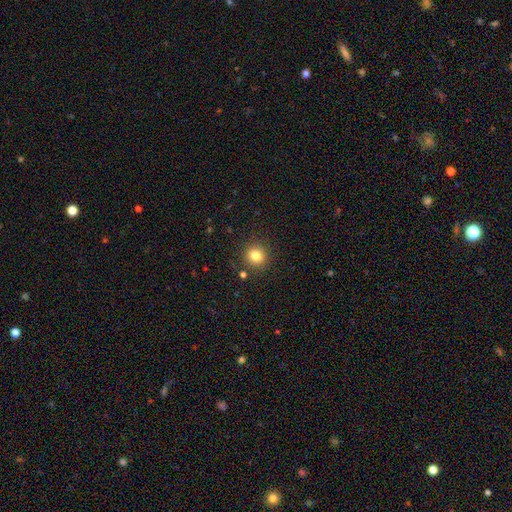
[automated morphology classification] Smooth or featured? smooth (81%)
How rounded? round (90%)
Merging? none (87%)